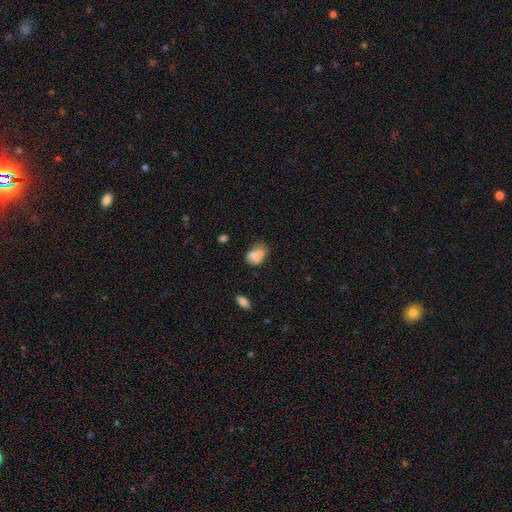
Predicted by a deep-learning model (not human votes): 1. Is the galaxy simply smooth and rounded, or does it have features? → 69% smooth, 21% featured or disk, 10% star or artifact.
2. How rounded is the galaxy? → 71% in between, 27% round, 2% cigar-shaped.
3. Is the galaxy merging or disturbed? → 40% none, 29% merger, 22% minor disturbance, 10% major disturbance.